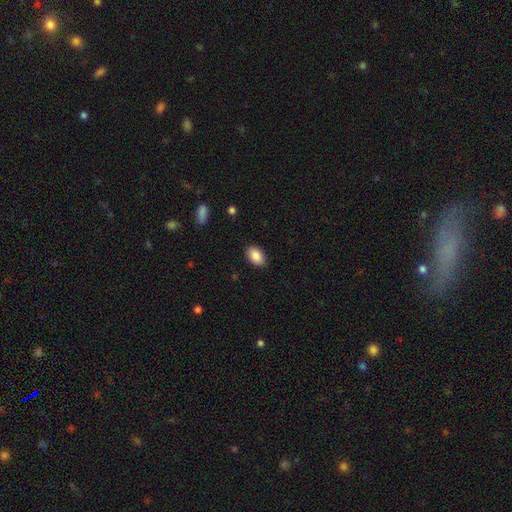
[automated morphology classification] smooth-or-featured: smooth: 88% | star or artifact: 7% | featured or disk: 5%
  how-rounded: in between: 92% | round: 7% | cigar-shaped: 2%
  merging: none: 86% | minor disturbance: 11% | major disturbance: 2% | merger: 1%